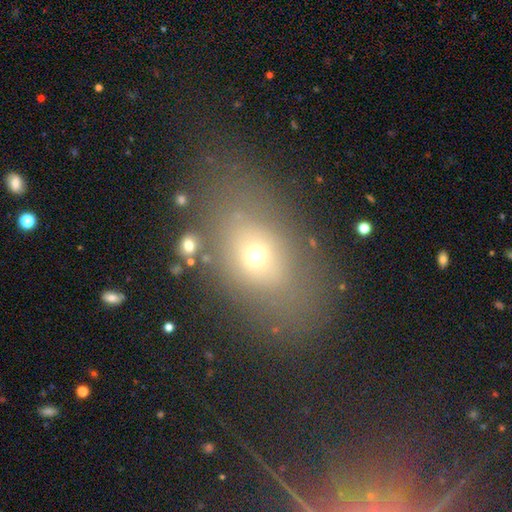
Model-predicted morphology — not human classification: A smooth galaxy with no disk features (61%) that is in between round and cigar-shaped (69%).

Vote fractions:
- Smooth or featured? smooth: 61% / star or artifact: 20% / featured or disk: 19%
- How rounded? in between: 69% / round: 28% / cigar-shaped: 3%
- Merging? none: 66% / minor disturbance: 16% / major disturbance: 13% / merger: 5%